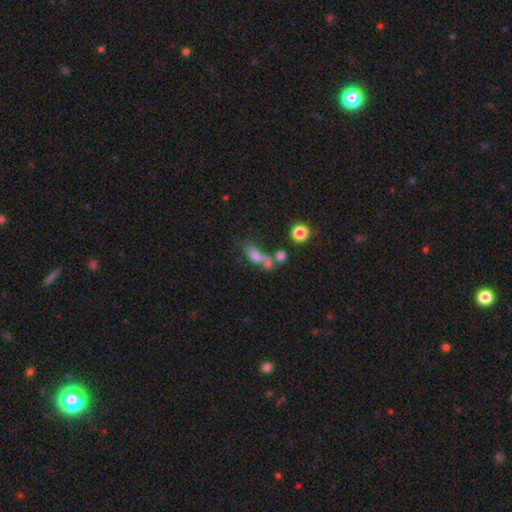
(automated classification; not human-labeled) This is likely a smooth galaxy (61%). How rounded: possibly in between (56%). Merging: marginally merger (43%).